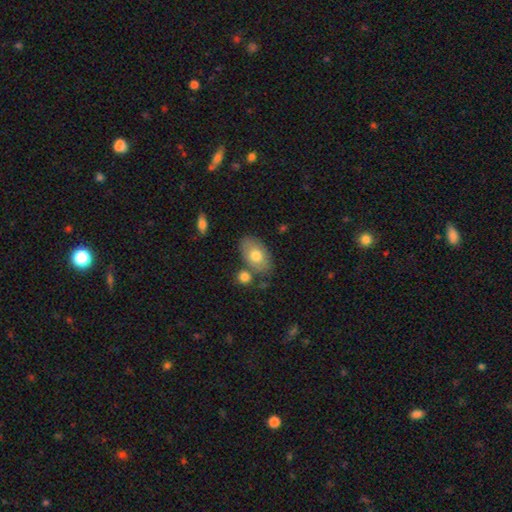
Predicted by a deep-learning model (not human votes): A smooth galaxy with no disk features (73%) that is in between round and cigar-shaped (89%).

Vote fractions:
- Smooth or featured? smooth: 73% / featured or disk: 20% / star or artifact: 7%
- How rounded? in between: 89% / round: 9% / cigar-shaped: 1%
- Merging? none: 67% / minor disturbance: 15% / merger: 13% / major disturbance: 4%